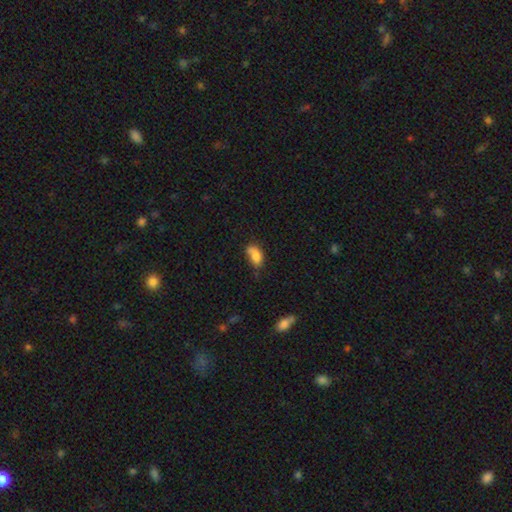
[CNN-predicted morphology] Overall: smooth (79%). How rounded: in between (89%). Merging: none (45%; minor disturbance 34%).